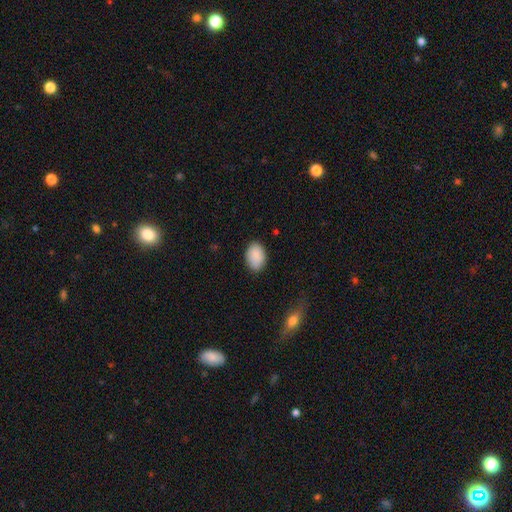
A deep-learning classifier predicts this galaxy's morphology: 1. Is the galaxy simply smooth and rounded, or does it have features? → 87% smooth, 7% star or artifact, 6% featured or disk.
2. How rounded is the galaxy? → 83% in between, 16% round, 1% cigar-shaped.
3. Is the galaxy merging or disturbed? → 83% none, 13% minor disturbance, 3% major disturbance, 1% merger.